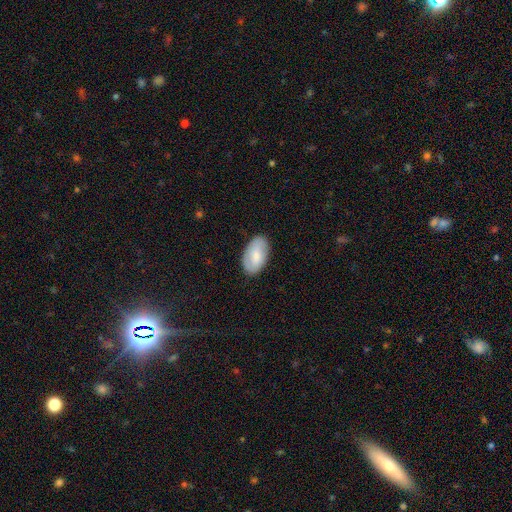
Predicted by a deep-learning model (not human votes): The model was most divided on "smooth or featured": smooth: 73%, featured or disk: 21%, star or artifact: 6%. More confident: how rounded — in between (95%); merging — none (85%).